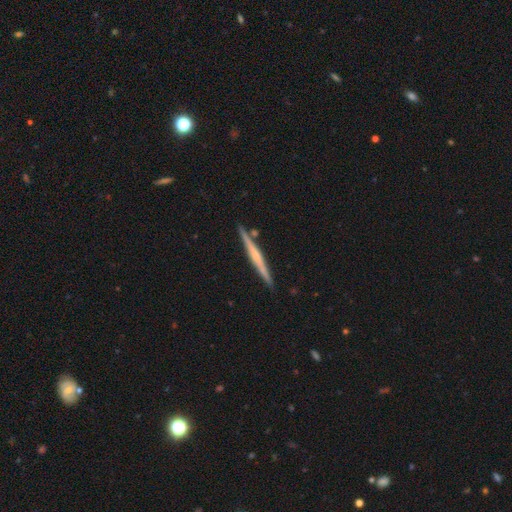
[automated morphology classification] type=featured or disk (67%); edge-on=yes (98%); edge-on bulge=rounded (48%); merging=none (88%).